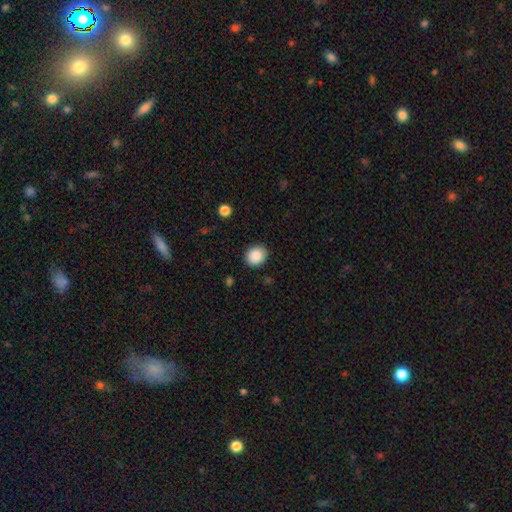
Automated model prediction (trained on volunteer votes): smooth_or_featured: smooth (p=0.89) [alt: star or artifact p=0.08]
how_rounded: round (p=0.66) [alt: in between p=0.33]
merging: none (p=0.88) [alt: minor disturbance p=0.09]